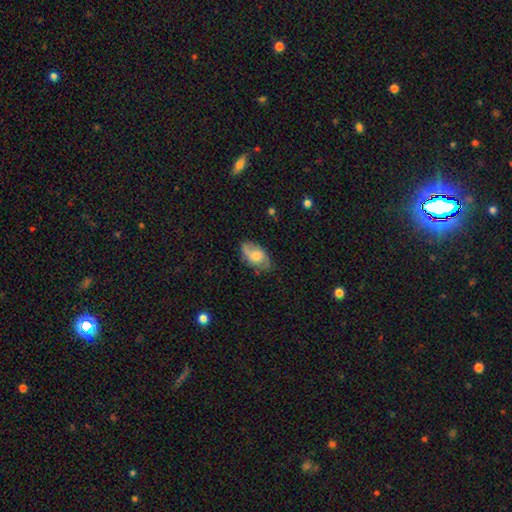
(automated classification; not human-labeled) This appears to be a smooth galaxy with no disk features (47%). Merging: none (71%).